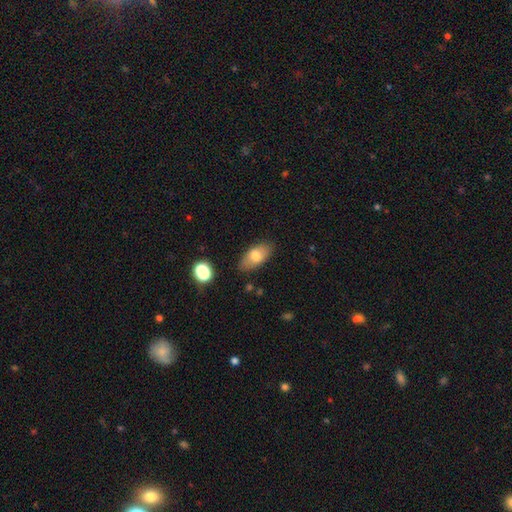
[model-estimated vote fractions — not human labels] The model was most divided on "smooth or featured": smooth: 75%, featured or disk: 18%, star or artifact: 8%. More confident: how rounded — in between (90%); merging — none (81%).